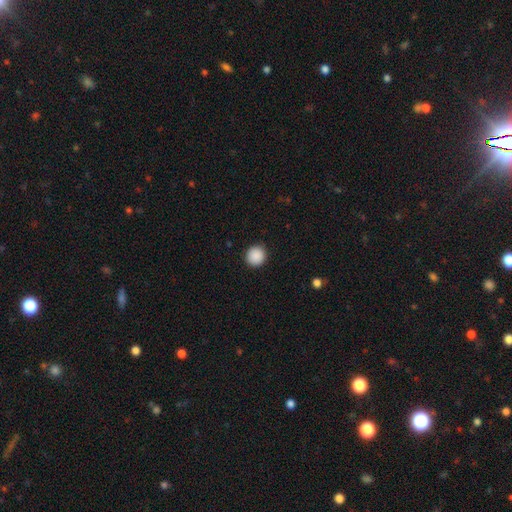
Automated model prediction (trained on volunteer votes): Smooth or featured?
  - smooth: 90% *
  - star or artifact: 8%
  - featured or disk: 2%
How rounded?
  - round: 92% *
  - in between: 7%
  - cigar-shaped: 1%
Merging?
  - none: 92% *
  - minor disturbance: 5%
  - major disturbance: 2%
  - merger: 1%